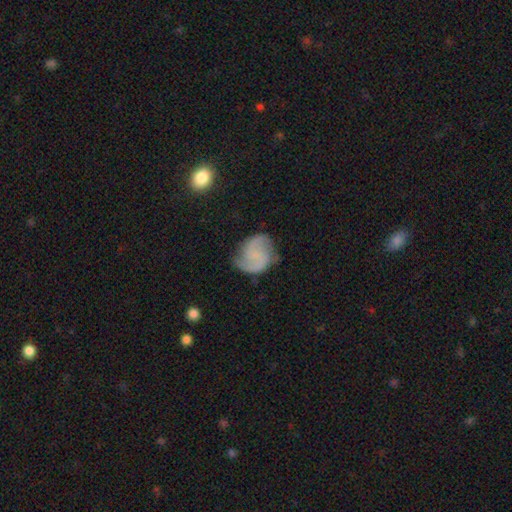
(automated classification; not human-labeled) Smooth or featured? featured or disk (74%)
Edge-on disk? no (98%)
Bar? no (58%)
Spiral arms? yes (96%)
Spiral winding? medium (47%)
Spiral arm count? 2 (89%)
Bulge size? none (60%)
Merging? none (72%)